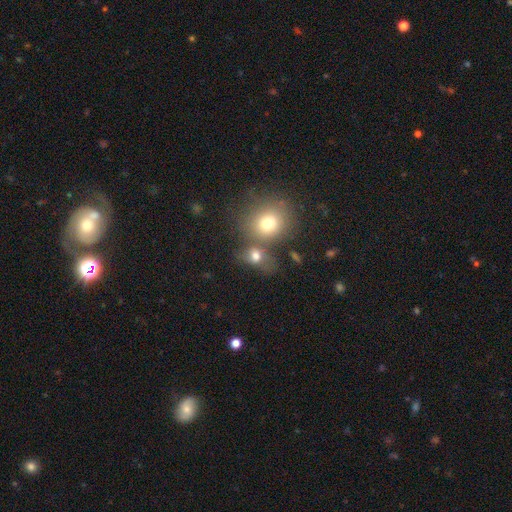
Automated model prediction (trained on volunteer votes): The model was most divided on "merging": none: 41%, merger: 39%, minor disturbance: 12%, major disturbance: 8%. More confident: smooth or featured — smooth (73%); how rounded — round (53%).